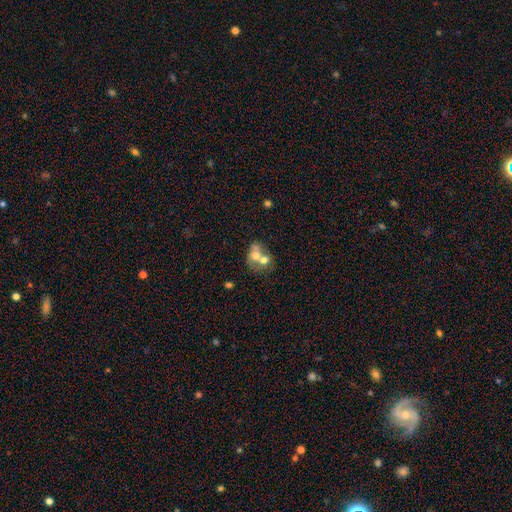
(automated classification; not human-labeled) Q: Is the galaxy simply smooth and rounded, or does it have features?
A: smooth — 56%.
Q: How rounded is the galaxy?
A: round — 50%.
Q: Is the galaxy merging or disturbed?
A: merger — 71%.